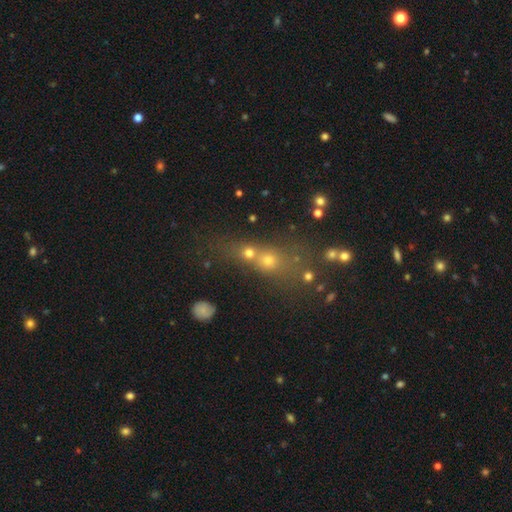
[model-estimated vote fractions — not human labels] A smooth galaxy with no disk features (44%). Merging: merger (53%).